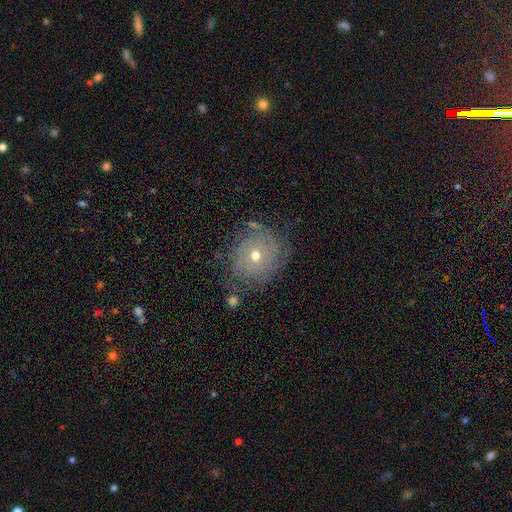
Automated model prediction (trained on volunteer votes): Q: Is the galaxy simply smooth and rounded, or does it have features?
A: featured or disk — 57%.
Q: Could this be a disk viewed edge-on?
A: no — 95%.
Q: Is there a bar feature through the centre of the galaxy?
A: no — 86%.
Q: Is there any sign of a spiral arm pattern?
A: yes — 67%.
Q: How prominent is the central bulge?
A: moderate — 61%.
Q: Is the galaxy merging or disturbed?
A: none — 68%.